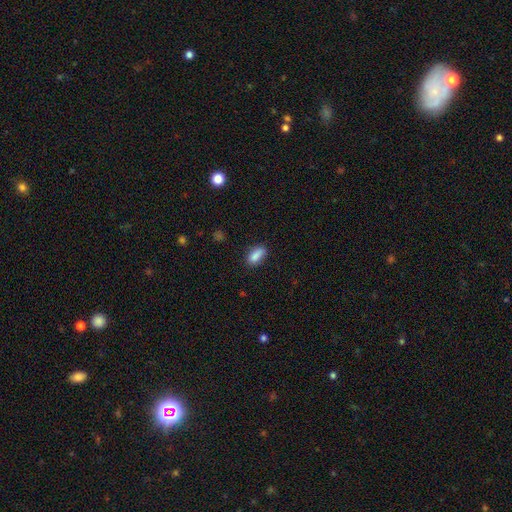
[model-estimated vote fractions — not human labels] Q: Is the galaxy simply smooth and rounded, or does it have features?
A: smooth — 86%.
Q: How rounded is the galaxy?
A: in between — 82%.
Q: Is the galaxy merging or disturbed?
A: none — 78%.